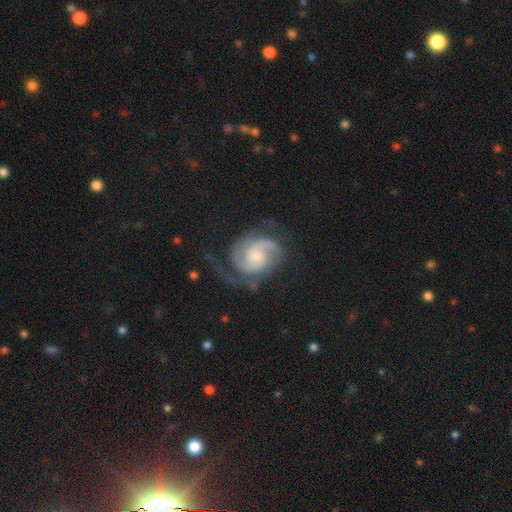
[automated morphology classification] A featured or disk galaxy (90%) with no bar (53%), 2 (87%) medium (49%) spiral arms (98%) and a small central bulge (39%). Merging: none (65%).